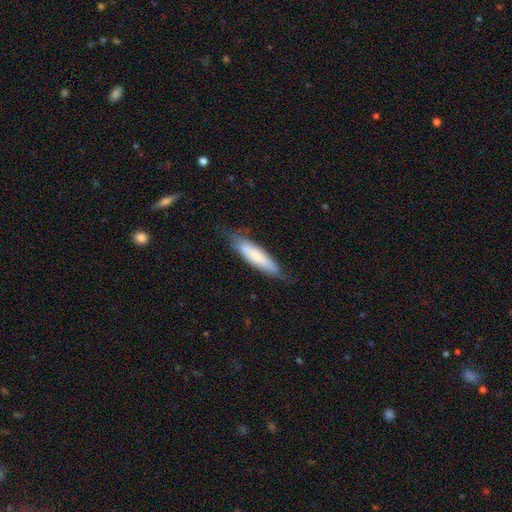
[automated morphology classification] Overall: smooth (67%). How rounded: cigar-shaped (73%). Merging: none (70%).